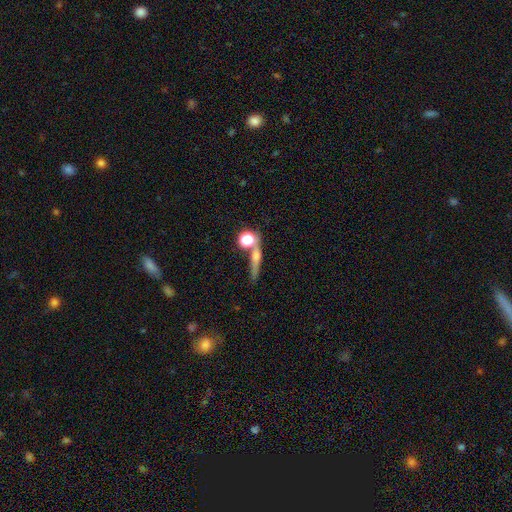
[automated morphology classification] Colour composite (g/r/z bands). It shows a smooth galaxy with no disk features (46%). Merging: none (61%).